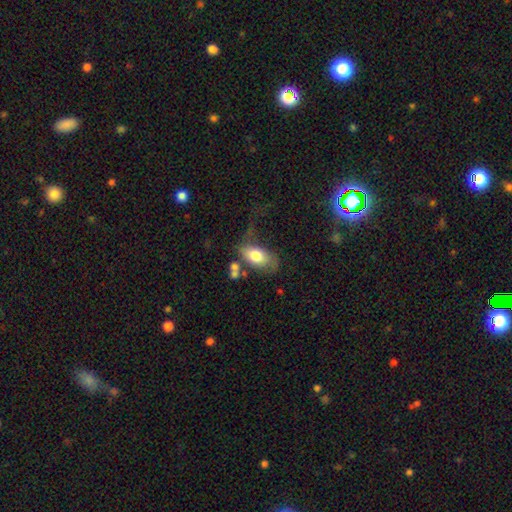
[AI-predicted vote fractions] smooth-or-featured: smooth: 70% | featured or disk: 23% | star or artifact: 7%
  how-rounded: in between: 91% | round: 6% | cigar-shaped: 3%
  merging: none: 38% | major disturbance: 25% | minor disturbance: 25% | merger: 12%